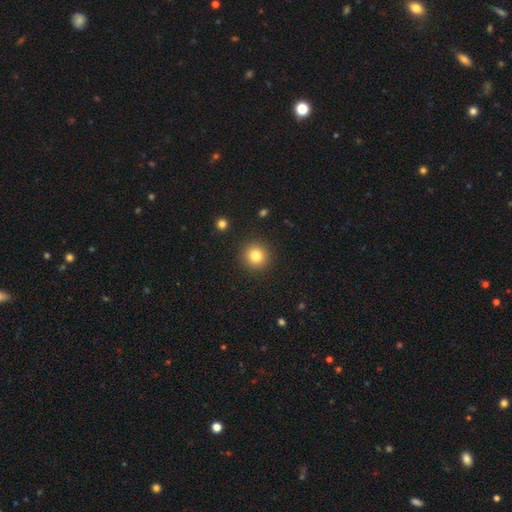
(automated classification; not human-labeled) Morphology: type=smooth (82%); roundness=round (93%); merging=none (91%).